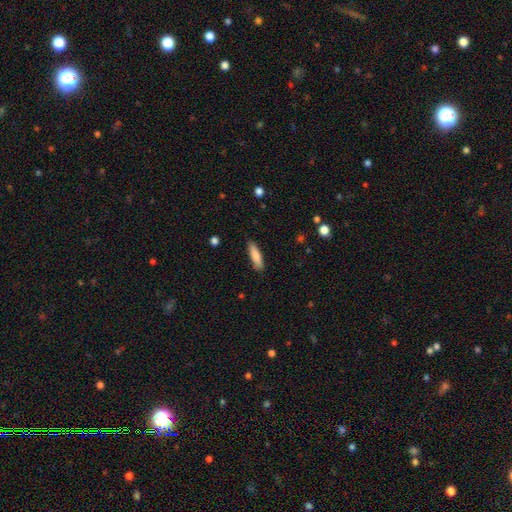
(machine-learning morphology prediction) smooth_or_featured: smooth (p=0.84) [alt: featured or disk p=0.10]
how_rounded: cigar-shaped (p=0.73) [alt: in between p=0.26]
merging: none (p=0.88) [alt: minor disturbance p=0.09]